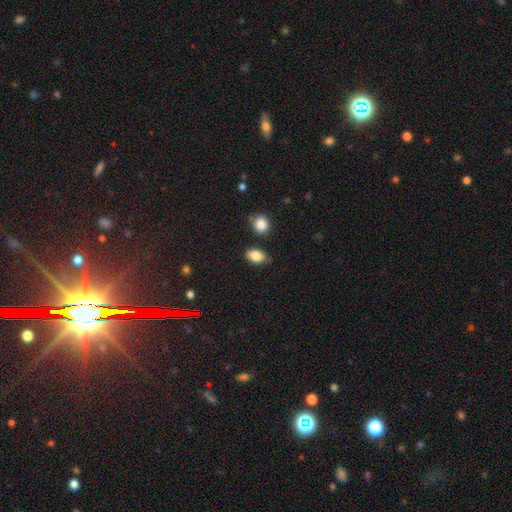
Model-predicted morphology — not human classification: This appears to be a smooth galaxy with no disk features (85%) that is in between round and cigar-shaped (84%). Merging: none (78%).